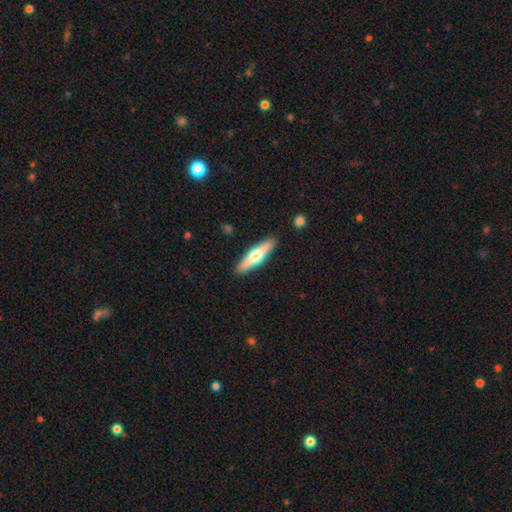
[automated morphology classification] featured or disk 53%, smooth 42%, star or artifact 5%. Down the decision tree: edge-on disk — yes (94%); edge-on bulge — rounded (94%); merging — none (90%).